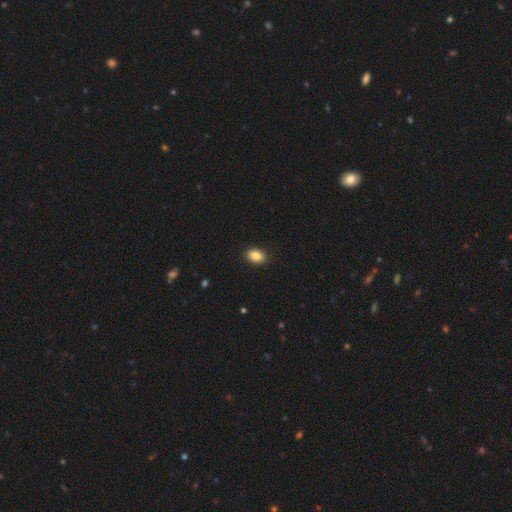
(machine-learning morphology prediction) smooth-or-featured: smooth: 85% | star or artifact: 9% | featured or disk: 6%
  how-rounded: in between: 80% | round: 19% | cigar-shaped: 1%
  merging: none: 90% | minor disturbance: 7% | major disturbance: 2% | merger: 1%